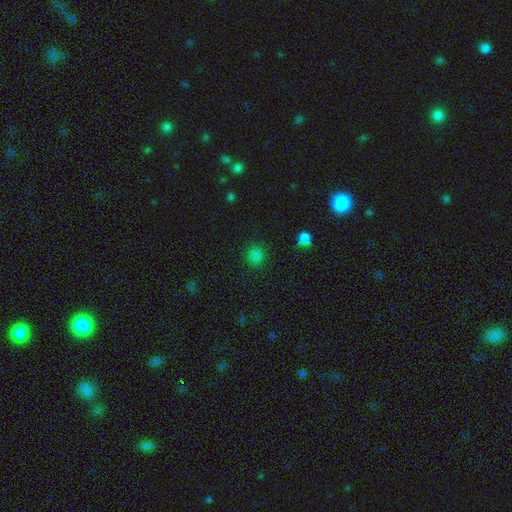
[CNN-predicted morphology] Smooth or featured? smooth (82%)
How rounded? round (88%)
Merging? none (89%)